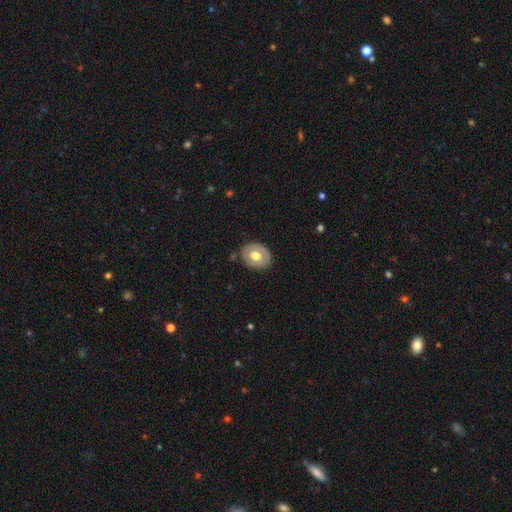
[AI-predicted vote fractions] Q: Smooth or featured?
A: smooth (55%); runner-up: featured or disk (39%)
Q: How rounded?
A: round (52%); runner-up: in between (47%)
Q: Merging?
A: none (83%); runner-up: minor disturbance (12%)